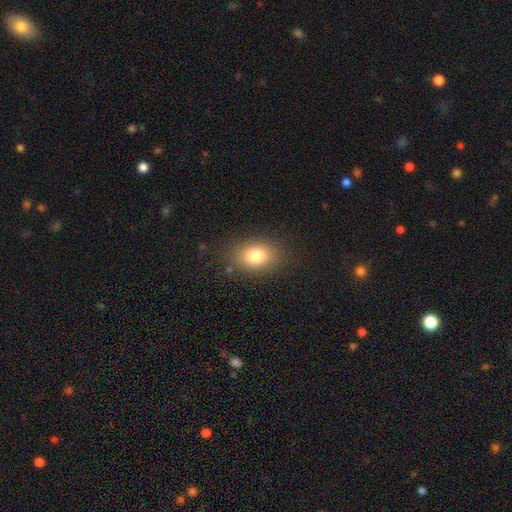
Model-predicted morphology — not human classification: Q: Smooth or featured?
A: smooth (79%); runner-up: star or artifact (11%)
Q: How rounded?
A: in between (70%); runner-up: round (29%)
Q: Merging?
A: none (84%); runner-up: minor disturbance (11%)